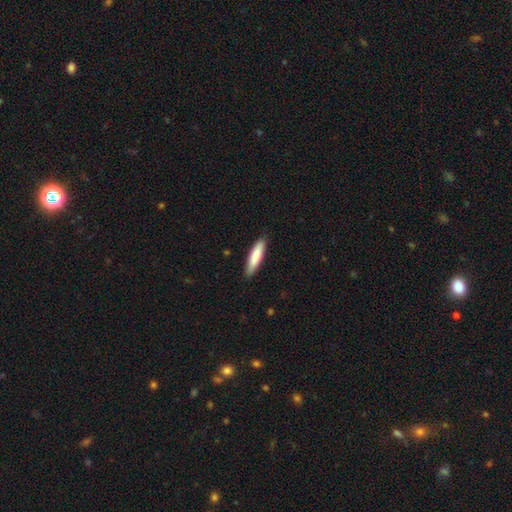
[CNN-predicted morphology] smooth_or_featured: smooth (p=0.84) [alt: featured or disk p=0.11]
how_rounded: cigar-shaped (p=0.76) [alt: in between p=0.23]
merging: none (p=0.88) [alt: minor disturbance p=0.10]